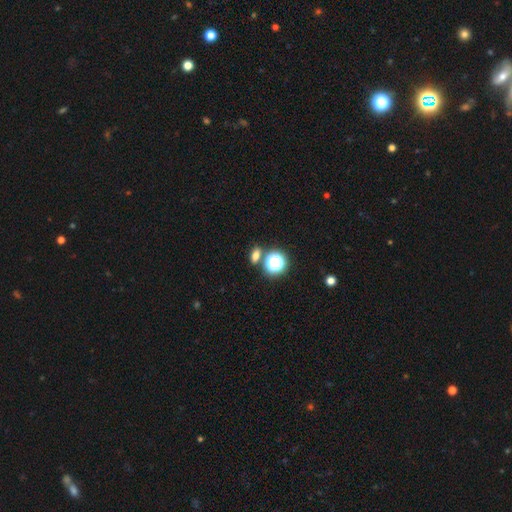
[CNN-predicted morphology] This is likely a smooth galaxy (66%). How rounded: likely in between (64%). Merging: likely none (76%).